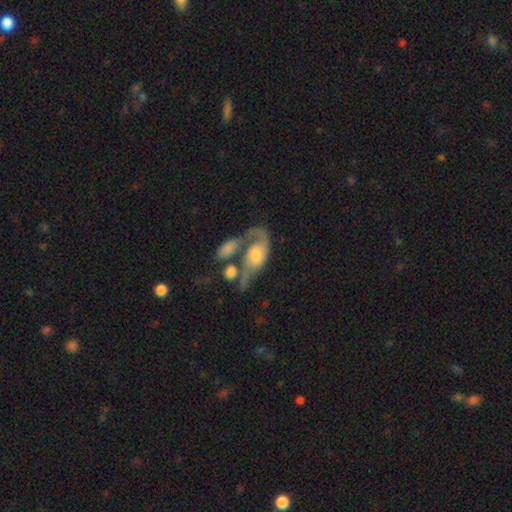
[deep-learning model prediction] featured or disk 68%, smooth 25%, star or artifact 7%. Down the decision tree: edge-on disk — no (93%); bar — no (72%); spiral arms — yes (82%); spiral arm count — 2 (45%); spiral winding — loose (45%); bulge size — moderate (43%); merging — merger (40%).